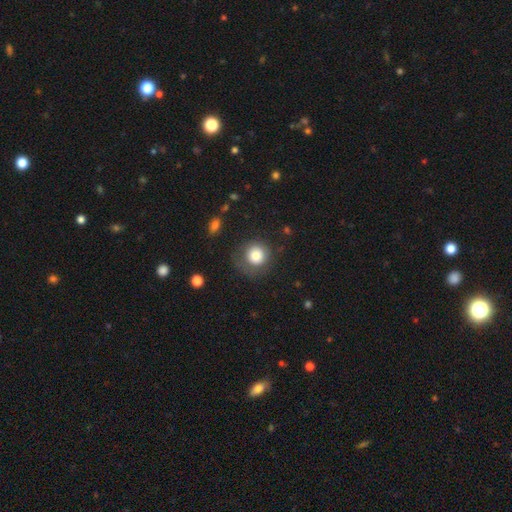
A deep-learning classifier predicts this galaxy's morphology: Smooth or featured: smooth — 79% (featured or disk — 11%)
How rounded: round — 91% (in between — 8%)
Merging: none — 67% (minor disturbance — 18%)